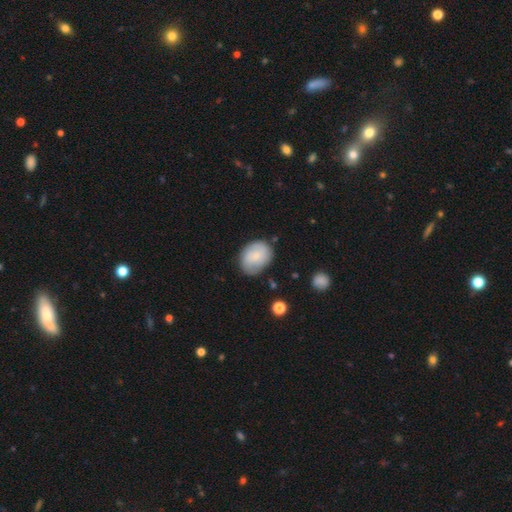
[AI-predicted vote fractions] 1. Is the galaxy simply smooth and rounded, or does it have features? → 70% smooth, 23% featured or disk, 7% star or artifact.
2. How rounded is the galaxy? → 65% in between, 34% round, 1% cigar-shaped.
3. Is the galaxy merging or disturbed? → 72% none, 21% minor disturbance, 5% major disturbance, 2% merger.